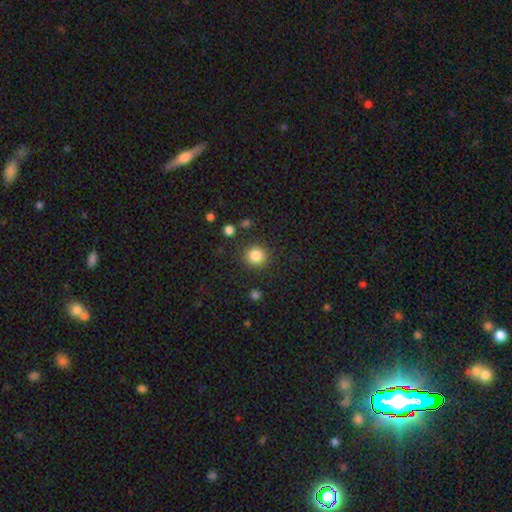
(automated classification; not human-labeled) smooth 84%, star or artifact 11%, featured or disk 5%. Down the decision tree: how rounded — round (89%); merging — none (88%).